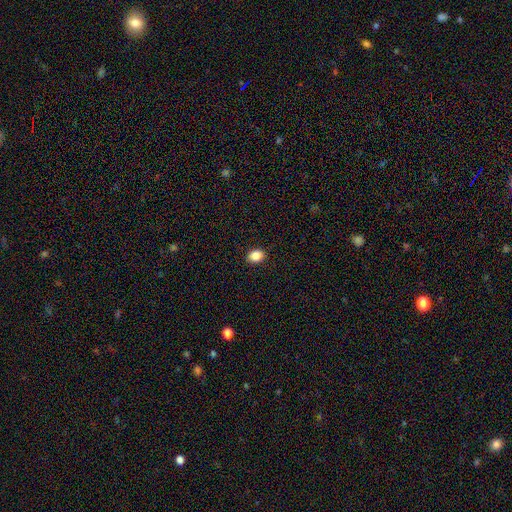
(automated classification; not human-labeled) A smooth galaxy with no disk features (86%) that is in between round and cigar-shaped (64%). Merging: none (91%).